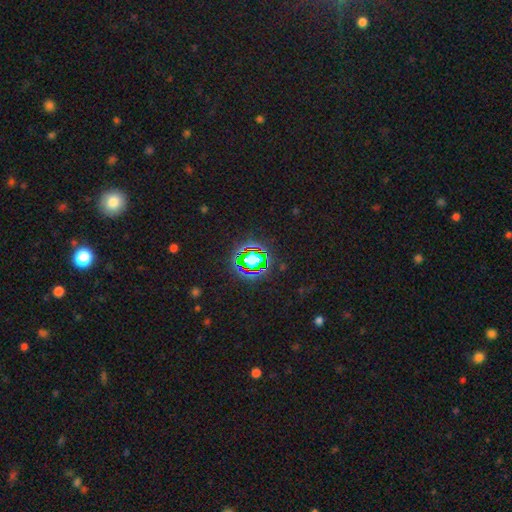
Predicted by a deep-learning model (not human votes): Smooth or featured?
  - star or artifact: 80% *
  - smooth: 12%
  - featured or disk: 7%